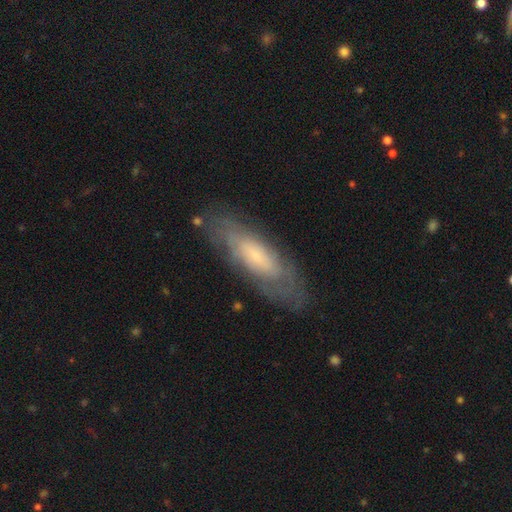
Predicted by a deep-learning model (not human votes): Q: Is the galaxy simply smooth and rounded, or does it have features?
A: featured or disk — 52%.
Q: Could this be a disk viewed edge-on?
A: no — 72%.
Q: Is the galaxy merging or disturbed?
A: none — 76%.